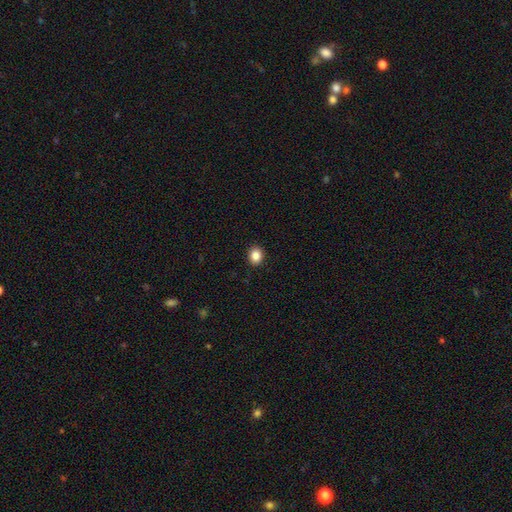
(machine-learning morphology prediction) Smooth or featured? Predicted: smooth (p=0.86). How rounded? Predicted: round (p=0.61). Merging? Predicted: none (p=0.91).